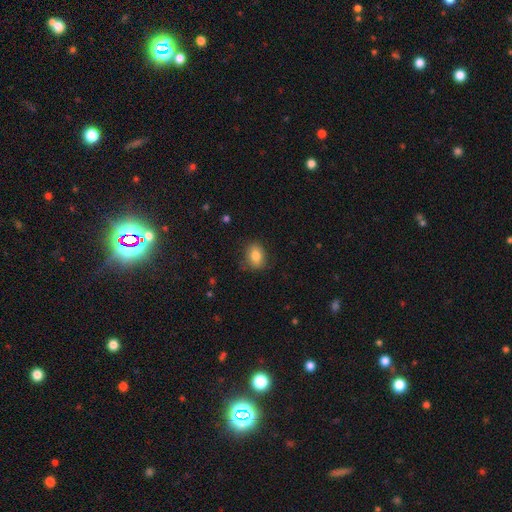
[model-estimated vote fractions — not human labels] smooth 82%, featured or disk 9%, star or artifact 8%. Down the decision tree: how rounded — in between (67%); merging — none (78%).